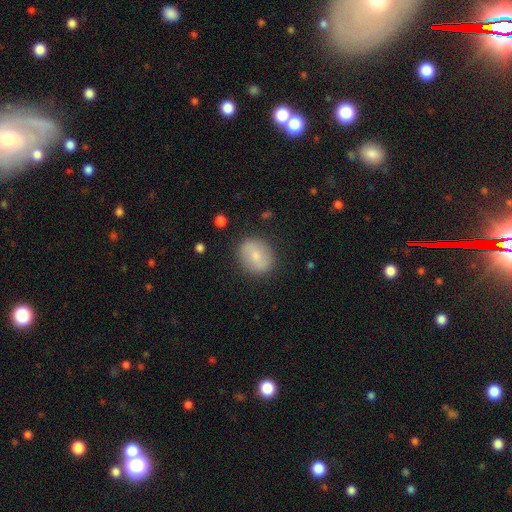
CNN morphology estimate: Smooth or featured: smooth — 68% (featured or disk — 25%)
How rounded: round — 61% (in between — 38%)
Merging: none — 85% (minor disturbance — 11%)